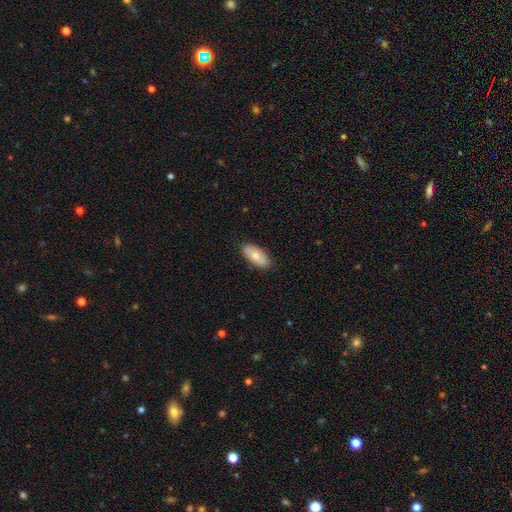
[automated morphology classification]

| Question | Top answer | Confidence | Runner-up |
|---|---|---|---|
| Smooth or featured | smooth | 76% | featured or disk (18%) |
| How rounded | in between | 89% | cigar-shaped (9%) |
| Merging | none | 87% | minor disturbance (10%) |